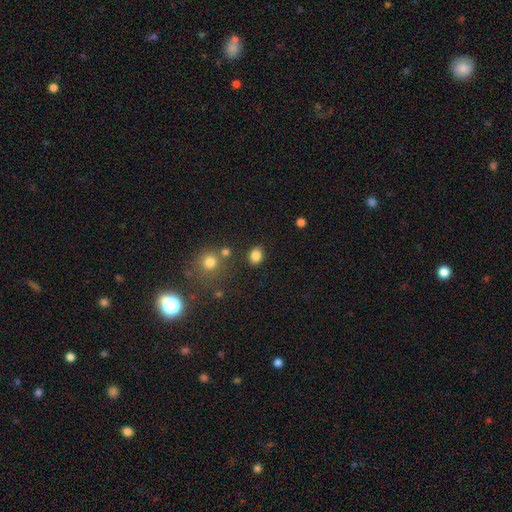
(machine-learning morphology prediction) This appears to be a smooth galaxy with no disk features (84%) that is in between round and cigar-shaped (50%). Merging: none (83%).